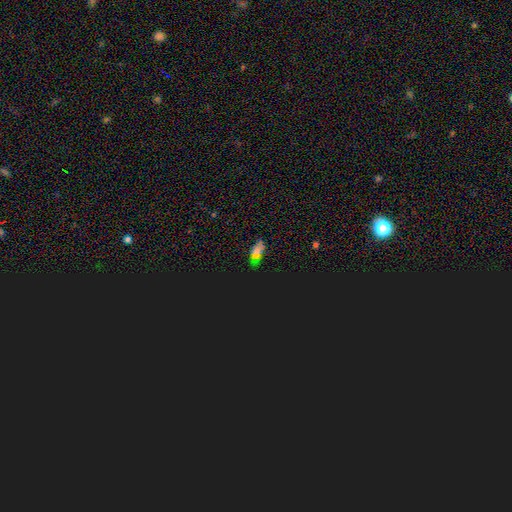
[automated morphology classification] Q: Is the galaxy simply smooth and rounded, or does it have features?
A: smooth — 50%.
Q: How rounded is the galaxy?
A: in between — 80%.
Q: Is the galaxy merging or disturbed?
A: none — 75%.